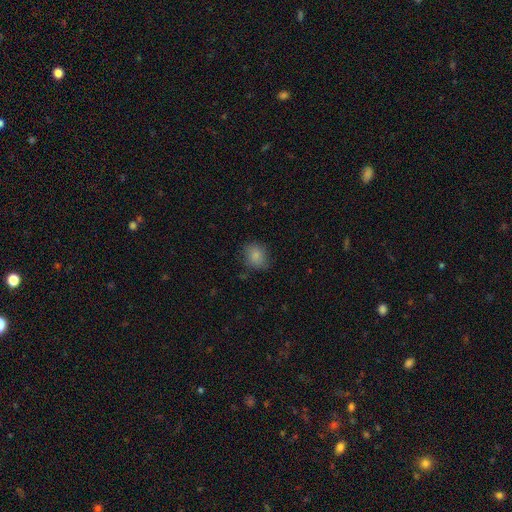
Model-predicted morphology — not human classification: type=smooth (84%); roundness=round (63%); merging=none (75%).